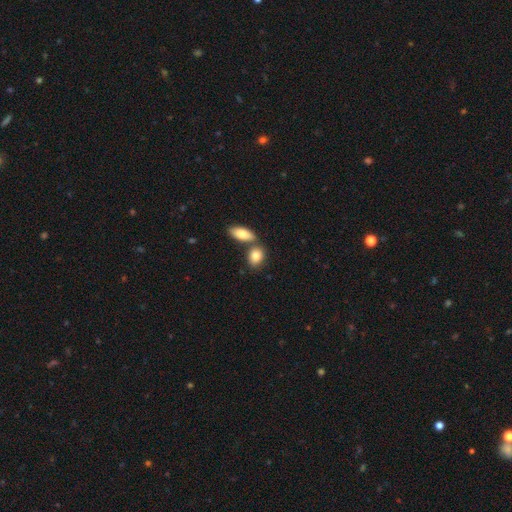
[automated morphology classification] This appears to be a smooth galaxy with no disk features (82%) that is in between round and cigar-shaped (76%). Merging: none (53%).